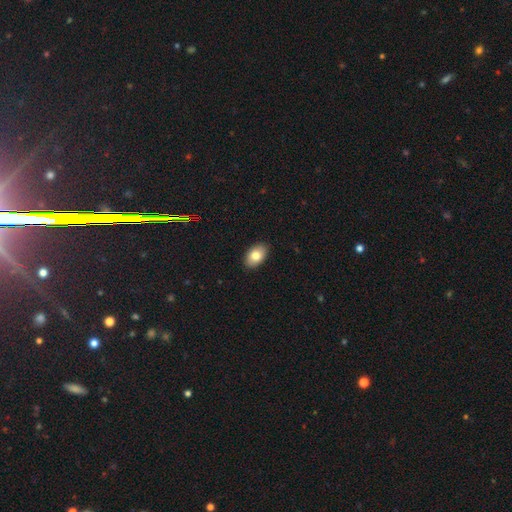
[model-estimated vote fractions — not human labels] smooth 81%, featured or disk 12%, star or artifact 7%. Down the decision tree: how rounded — in between (91%); merging — none (89%).